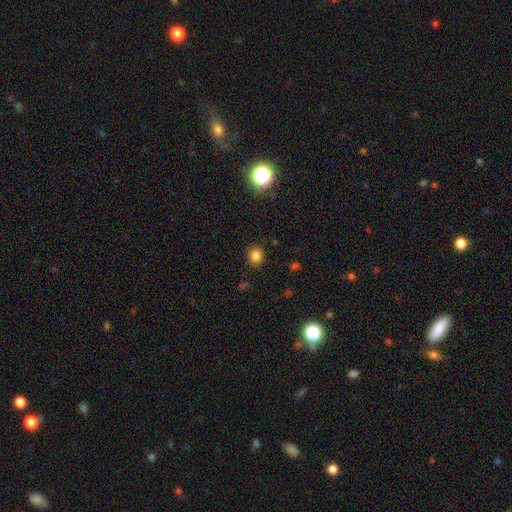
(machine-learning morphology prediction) smooth_or_featured: smooth (p=0.81) [alt: star or artifact p=0.14]
how_rounded: round (p=0.80) [alt: in between p=0.20]
merging: none (p=0.88) [alt: minor disturbance p=0.08]